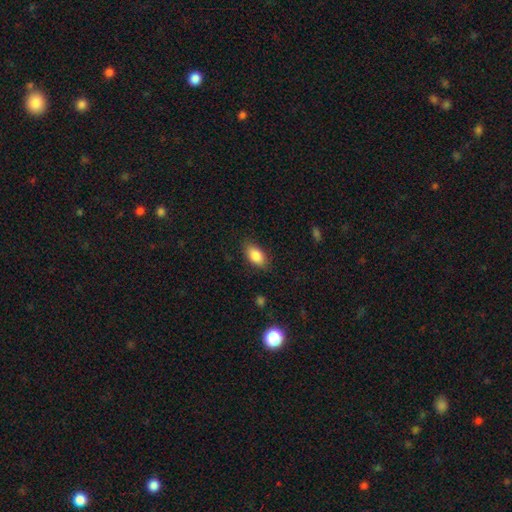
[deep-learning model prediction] A smooth galaxy with no disk features (85%) that is in between round and cigar-shaped (91%). Merging: none (83%).